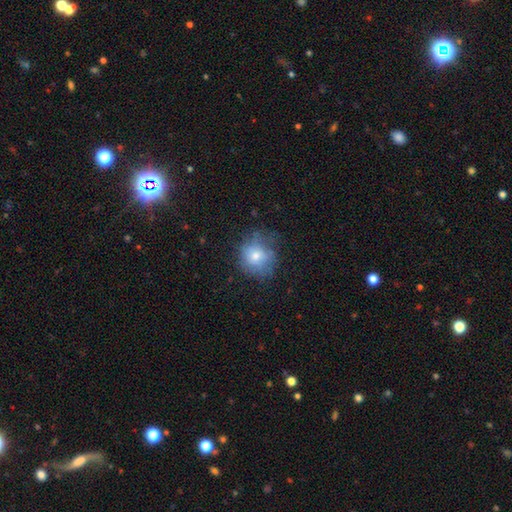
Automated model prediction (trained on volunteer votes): This is likely a smooth galaxy (69%). How rounded: likely round (79%). Merging: possibly none (60%).